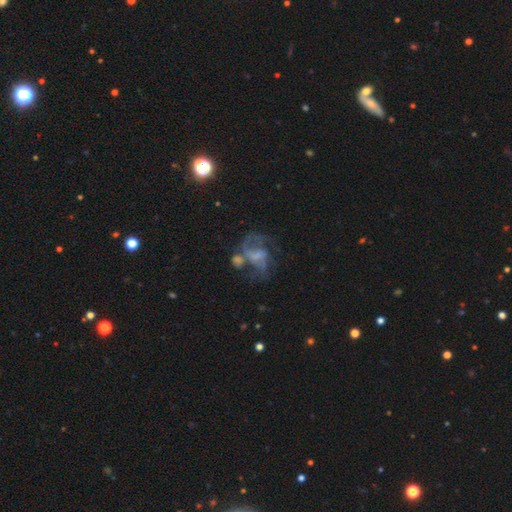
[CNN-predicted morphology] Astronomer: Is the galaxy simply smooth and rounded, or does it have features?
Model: featured or disk — 72%.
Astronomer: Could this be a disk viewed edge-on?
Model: no — 98%.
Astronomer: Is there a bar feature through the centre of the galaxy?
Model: no — 45% (runner-up: weak, 42%).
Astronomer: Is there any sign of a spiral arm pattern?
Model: yes — 79%.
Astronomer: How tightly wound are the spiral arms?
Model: loose — 46% (runner-up: medium, 41%).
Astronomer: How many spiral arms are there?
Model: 2 — 54%.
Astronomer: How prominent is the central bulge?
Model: none — 41% (runner-up: small, 30%).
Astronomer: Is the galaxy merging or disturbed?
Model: none — 36% (runner-up: major disturbance, 29%).